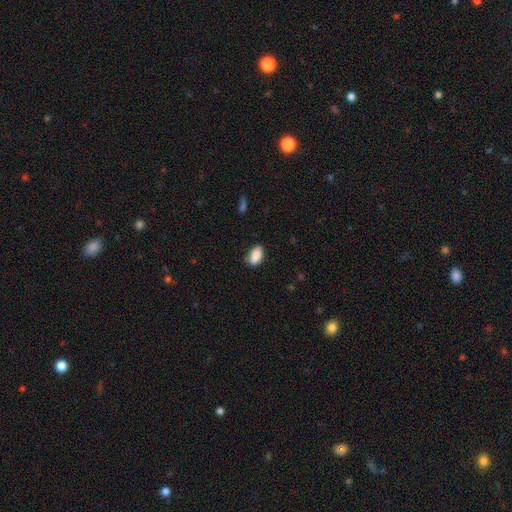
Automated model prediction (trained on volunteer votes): Morphology: type=smooth (88%); roundness=in between (91%); merging=none (75%).